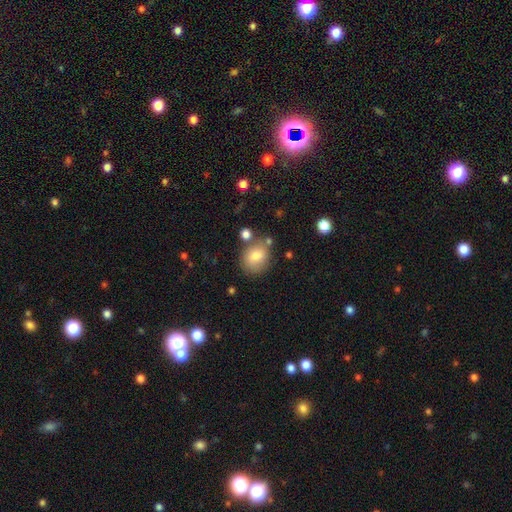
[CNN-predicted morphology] This appears to be a smooth galaxy with no disk features (78%) that is round (61%). Merging: none (70%).